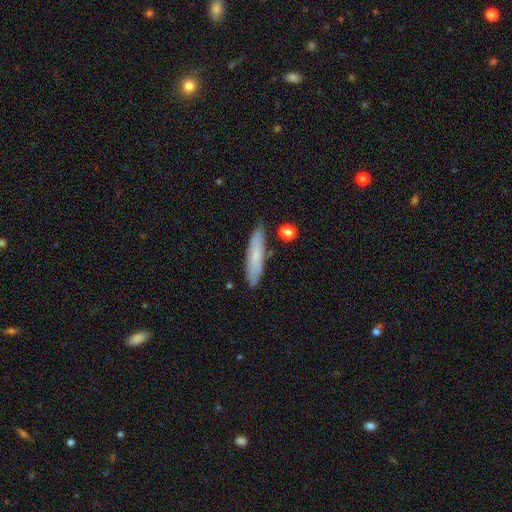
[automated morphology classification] Smooth or featured? smooth (70%)
How rounded? cigar-shaped (81%)
Merging? none (82%)